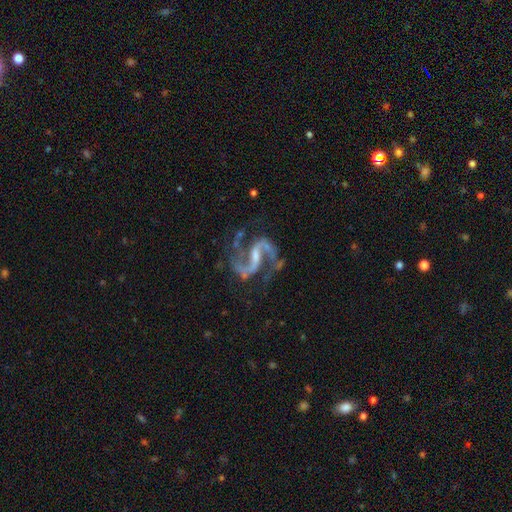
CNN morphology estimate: type=featured or disk (93%); edge-on=no (98%); bar=strong (48%); spiral arms=yes (98%); winding=medium (57%); arm count=2 (94%); bulge=small (49%); merging=none (69%).